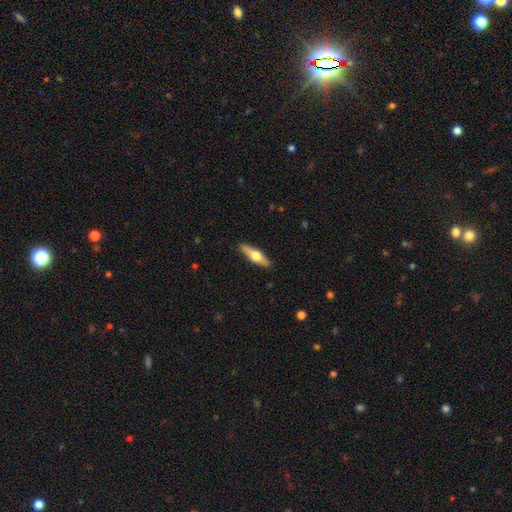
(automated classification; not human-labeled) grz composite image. It shows a featured or disk galaxy (49%). Merging: none (89%).